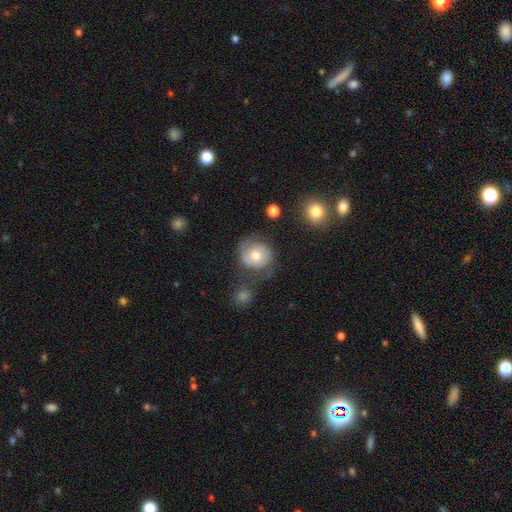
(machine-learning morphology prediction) smooth-or-featured: smooth: 50% | featured or disk: 42% | star or artifact: 8%
  how-rounded: round: 78% | in between: 21% | cigar-shaped: 1%
  merging: none: 56% | minor disturbance: 23% | major disturbance: 14% | merger: 7%